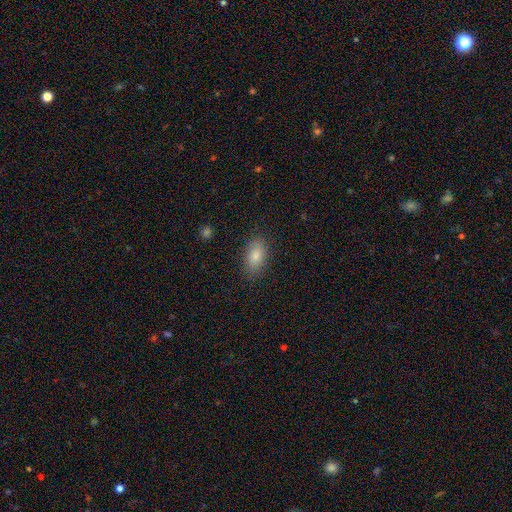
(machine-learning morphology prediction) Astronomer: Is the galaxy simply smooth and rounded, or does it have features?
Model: smooth — 84%.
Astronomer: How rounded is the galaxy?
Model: in between — 90%.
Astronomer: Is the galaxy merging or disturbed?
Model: none — 85%.